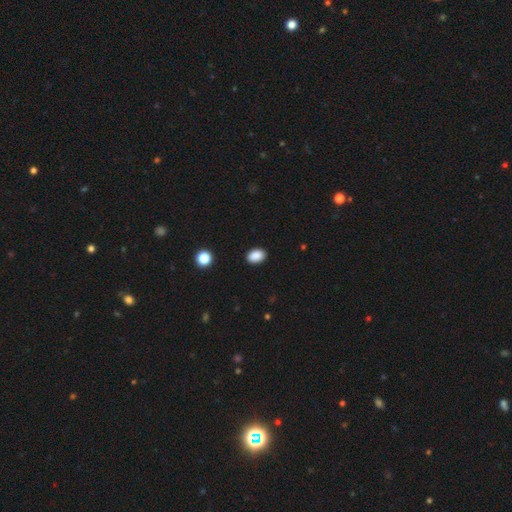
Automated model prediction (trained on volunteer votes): Smooth or featured? Predicted: smooth (p=0.89). How rounded? Predicted: in between (p=0.82). Merging? Predicted: none (p=0.90).